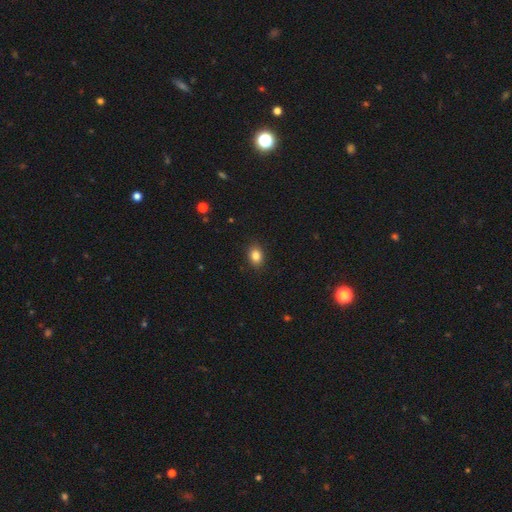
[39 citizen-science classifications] Smooth or featured: smooth — 92% (star or artifact — 8%)
How rounded: in between — 69% (round — 31%)
Merging: none — 89% (minor disturbance — 6%)